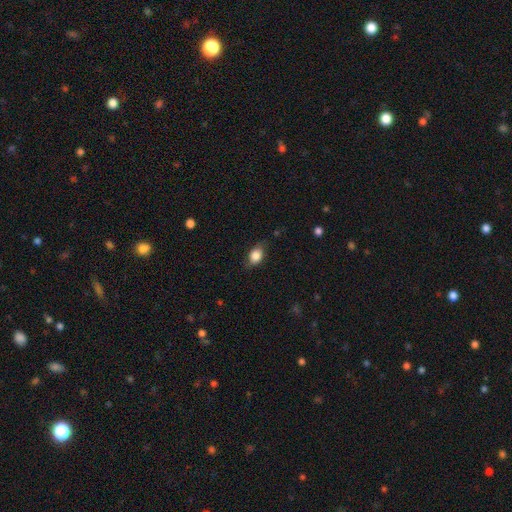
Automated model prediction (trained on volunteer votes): A smooth galaxy with no disk features (81%) that is in between round and cigar-shaped (77%). Merging: none (70%).